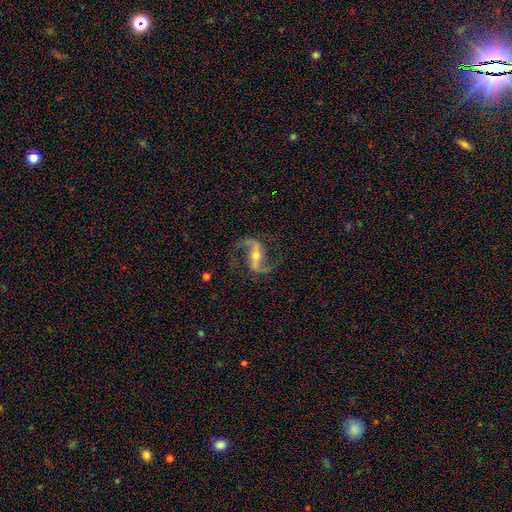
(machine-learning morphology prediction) Smooth or featured?
  - featured or disk: 91% *
  - star or artifact: 6%
  - smooth: 3%
Edge-on disk?
  - no: 97% *
  - yes: 3%
Bar?
  - strong: 43% *
  - weak: 34%
  - no: 23%
Spiral arms?
  - yes: 98% *
  - no: 2%
Spiral winding?
  - loose: 54% *
  - medium: 38%
  - tight: 8%
Spiral arm count?
  - 2: 94% *
  - 1: 1%
  - can't tell: 1%
  - 3: 1%
  - 4: 1%
  - more than 4: 1%
Bulge size?
  - moderate: 50% *
  - small: 44%
  - large: 3%
  - none: 2%
  - dominant: 1%
Merging?
  - none: 81% *
  - minor disturbance: 11%
  - major disturbance: 6%
  - merger: 1%